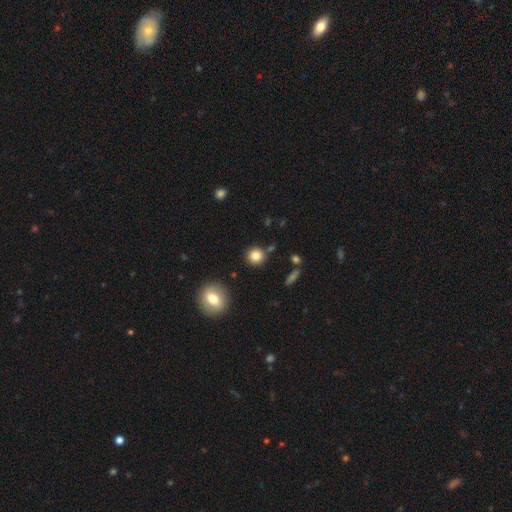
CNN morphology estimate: type=smooth (82%); roundness=round (91%); merging=none (83%).